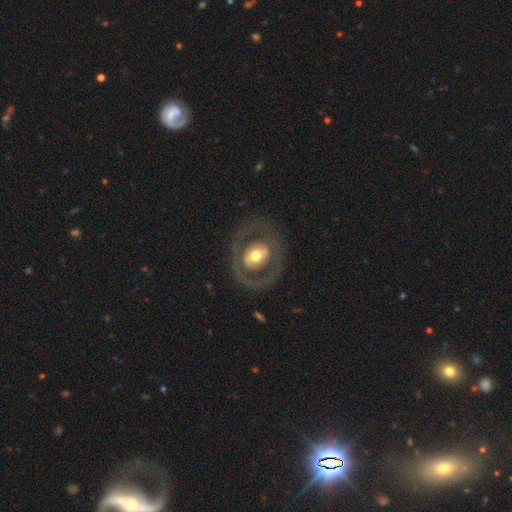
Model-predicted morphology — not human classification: smooth_or_featured: featured or disk (p=0.59) [alt: smooth p=0.36]
disk_edge_on: no (p=0.94) [alt: yes p=0.06]
bar: no (p=0.66) [alt: weak p=0.22]
has_spiral_arms: no (p=0.81) [alt: yes p=0.19]
bulge_size: moderate (p=0.66) [alt: large p=0.21]
merging: none (p=0.75) [alt: minor disturbance p=0.12]